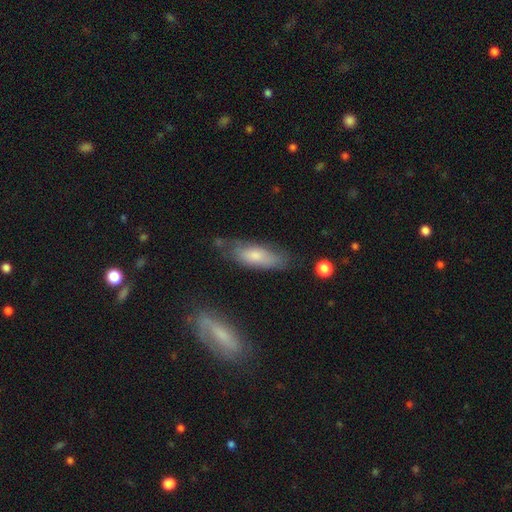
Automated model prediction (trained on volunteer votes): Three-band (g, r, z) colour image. It shows a smooth galaxy with no disk features (66%) that is in between round and cigar-shaped (61%). Merging: none (62%).